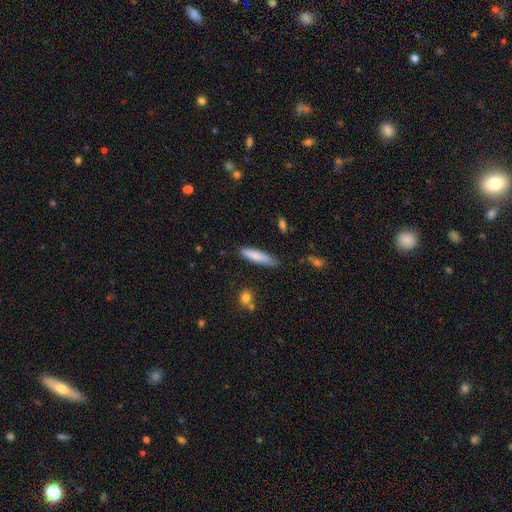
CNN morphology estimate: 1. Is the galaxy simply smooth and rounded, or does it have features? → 81% smooth, 12% featured or disk, 6% star or artifact.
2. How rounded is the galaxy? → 77% cigar-shaped, 21% in between, 1% round.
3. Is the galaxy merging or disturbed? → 78% none, 17% minor disturbance, 3% major disturbance, 2% merger.